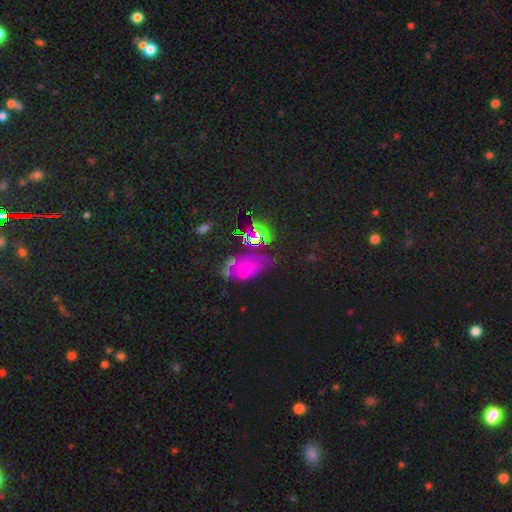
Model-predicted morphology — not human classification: A star or artifact, not a galaxy (52%).

Vote fractions:
- Smooth or featured? star or artifact: 52% / smooth: 25% / featured or disk: 23%